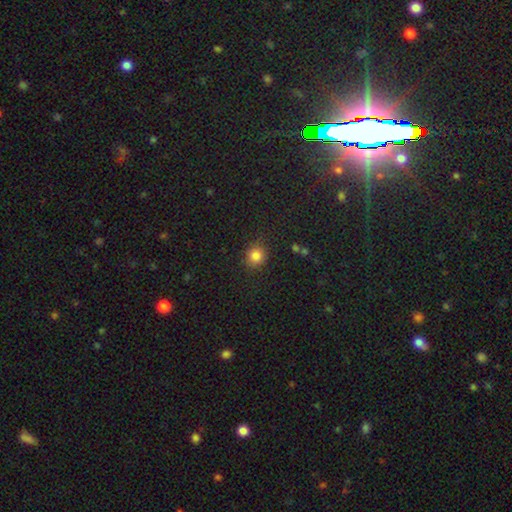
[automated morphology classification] Smooth or featured?
  - smooth: 84% *
  - star or artifact: 12%
  - featured or disk: 4%
How rounded?
  - round: 86% *
  - in between: 13%
  - cigar-shaped: 1%
Merging?
  - none: 86% *
  - minor disturbance: 10%
  - major disturbance: 3%
  - merger: 2%